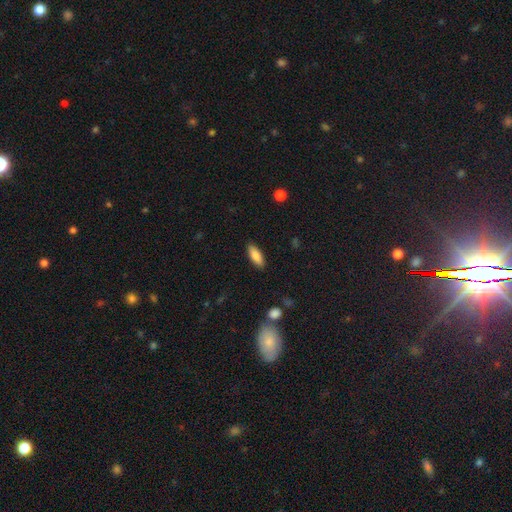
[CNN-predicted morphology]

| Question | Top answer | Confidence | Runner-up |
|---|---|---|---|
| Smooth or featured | smooth | 85% | featured or disk (9%) |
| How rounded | in between | 72% | cigar-shaped (26%) |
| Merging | none | 88% | minor disturbance (9%) |